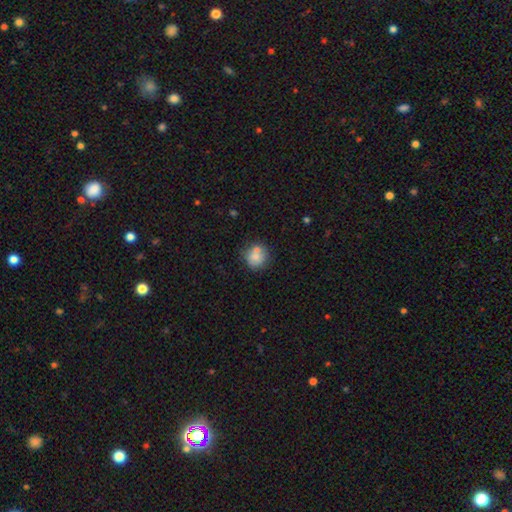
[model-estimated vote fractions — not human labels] Smooth or featured? Predicted: smooth (p=0.75). How rounded? Predicted: round (p=0.86). Merging? Predicted: none (p=0.59).